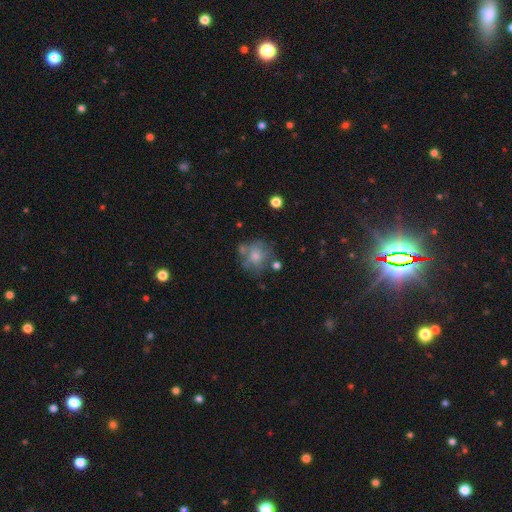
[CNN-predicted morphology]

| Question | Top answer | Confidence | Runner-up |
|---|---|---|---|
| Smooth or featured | smooth | 57% | featured or disk (33%) |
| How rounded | round | 81% | in between (18%) |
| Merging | none | 48% | minor disturbance (22%) |